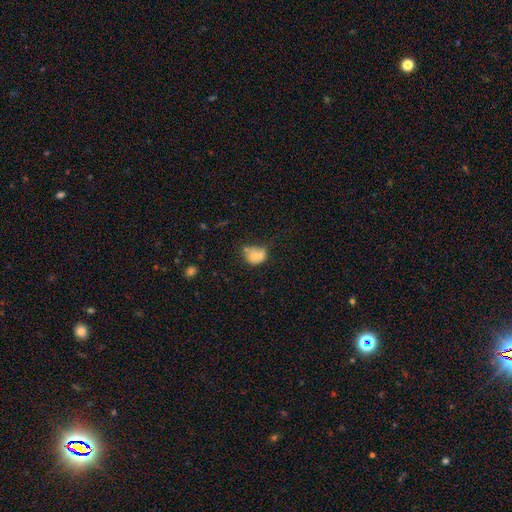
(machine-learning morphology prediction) Q: Smooth or featured?
A: smooth (67%); runner-up: featured or disk (23%)
Q: How rounded?
A: in between (50%); runner-up: round (49%)
Q: Merging?
A: merger (38%); runner-up: none (31%)